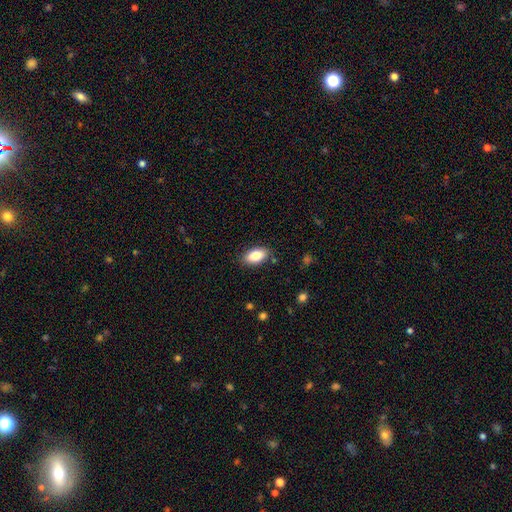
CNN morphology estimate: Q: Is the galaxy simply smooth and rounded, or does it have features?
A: smooth — 84%.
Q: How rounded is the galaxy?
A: in between — 92%.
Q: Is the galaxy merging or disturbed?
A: none — 86%.